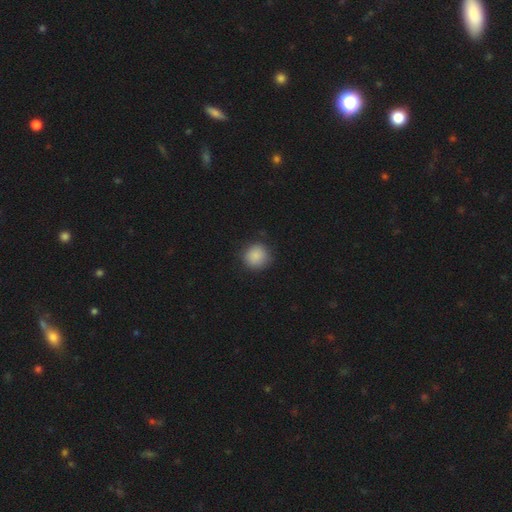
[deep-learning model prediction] A smooth galaxy with no disk features (87%) that is round (91%).

Vote fractions:
- Smooth or featured? smooth: 87% / star or artifact: 9% / featured or disk: 4%
- How rounded? round: 91% / in between: 8% / cigar-shaped: 1%
- Merging? none: 86% / minor disturbance: 10% / major disturbance: 3% / merger: 1%